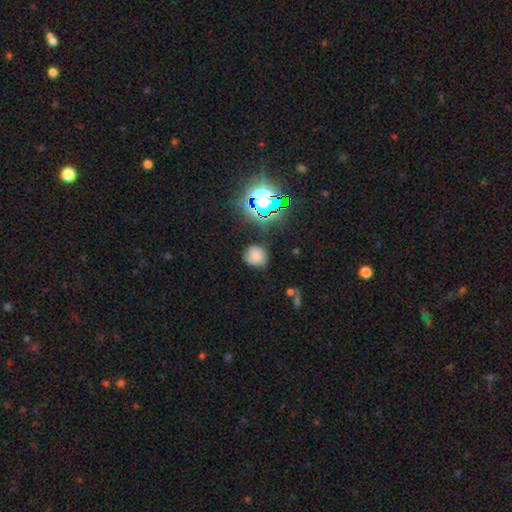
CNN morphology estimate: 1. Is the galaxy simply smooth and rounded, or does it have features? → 70% smooth, 19% star or artifact, 11% featured or disk.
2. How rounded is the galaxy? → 84% round, 15% in between, 1% cigar-shaped.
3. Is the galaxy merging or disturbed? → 71% none, 20% minor disturbance, 6% major disturbance, 3% merger.